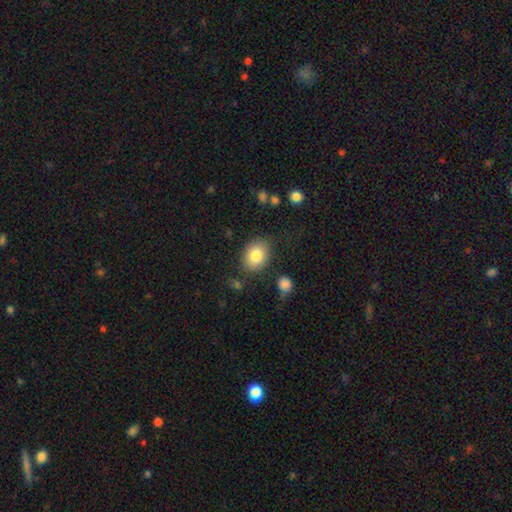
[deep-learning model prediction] Smooth or featured: smooth — 82% (featured or disk — 9%)
How rounded: in between — 62% (round — 37%)
Merging: none — 80% (minor disturbance — 13%)